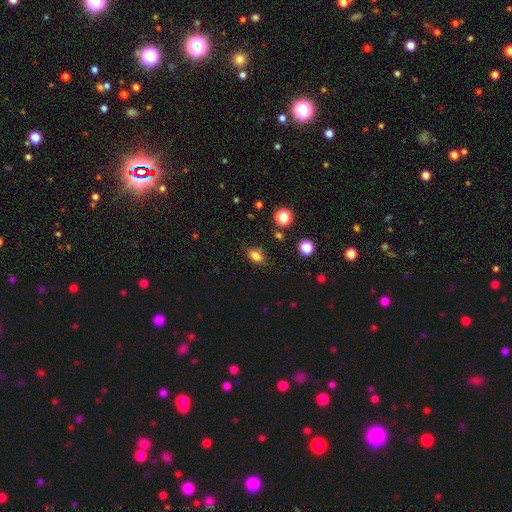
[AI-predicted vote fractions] The model was most divided on "how rounded": in between: 79%, round: 18%, cigar-shaped: 3%. More confident: smooth or featured — smooth (81%); merging — none (80%).